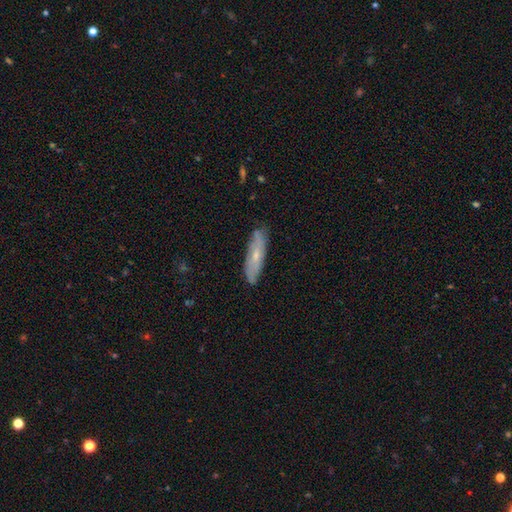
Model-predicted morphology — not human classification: Smooth or featured? Predicted: featured or disk (p=0.49). Merging? Predicted: none (p=0.83).